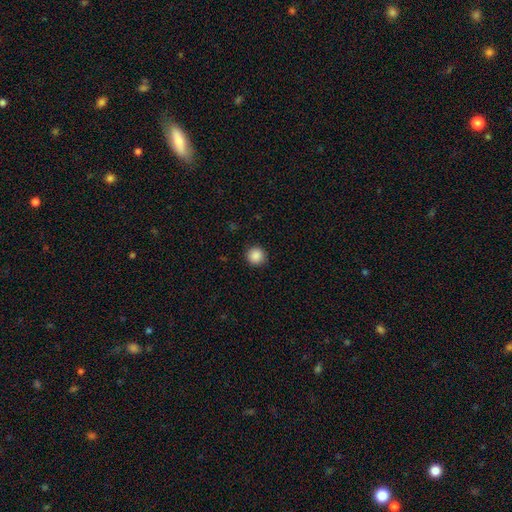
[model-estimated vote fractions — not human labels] Morphology: type=smooth (88%); roundness=round (95%); merging=none (92%).